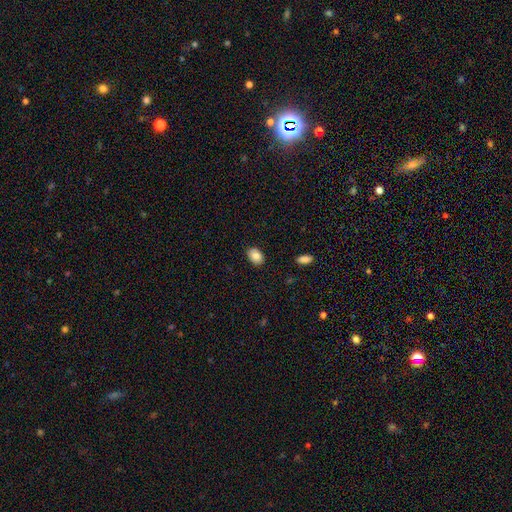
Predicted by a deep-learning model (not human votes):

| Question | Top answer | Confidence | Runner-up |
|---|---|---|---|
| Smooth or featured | smooth | 83% | featured or disk (9%) |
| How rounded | in between | 81% | round (18%) |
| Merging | none | 88% | minor disturbance (9%) |